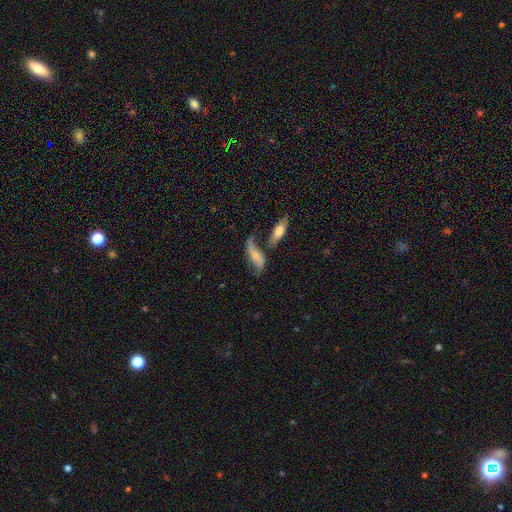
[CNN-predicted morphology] smooth_or_featured: featured or disk (p=0.52) [alt: smooth p=0.40]
disk_edge_on: no (p=0.79) [alt: yes p=0.21]
merging: none (p=0.35) [alt: merger p=0.30]